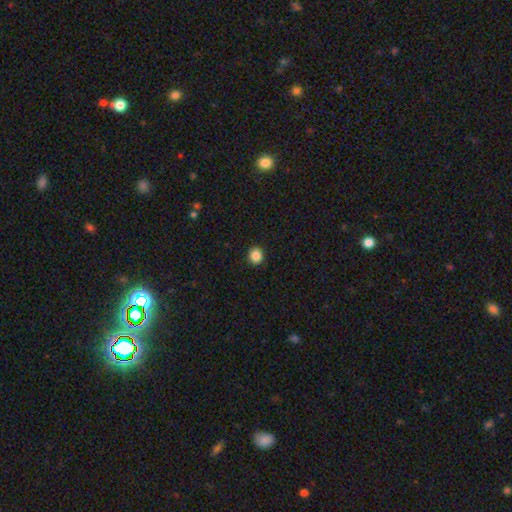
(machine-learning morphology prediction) smooth 86%, star or artifact 10%, featured or disk 4%. Down the decision tree: how rounded — round (84%); merging — none (92%).